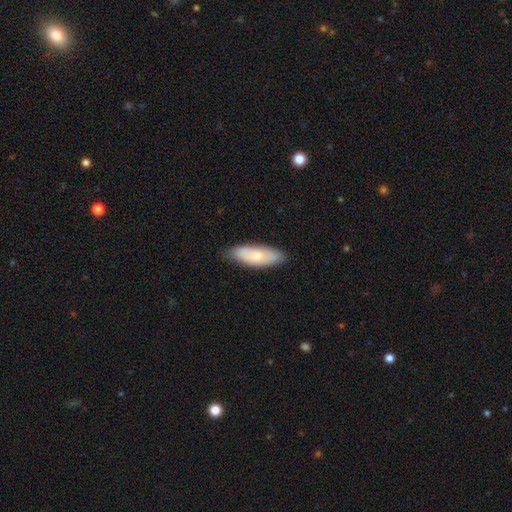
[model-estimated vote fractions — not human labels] Smooth or featured? smooth (70%)
How rounded? in between (66%)
Merging? none (80%)